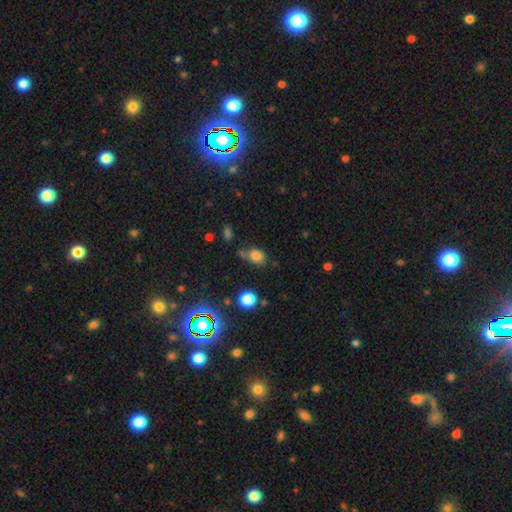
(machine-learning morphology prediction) Smooth or featured? Predicted: smooth (p=0.77). How rounded? Predicted: in between (p=0.63). Merging? Predicted: none (p=0.56).